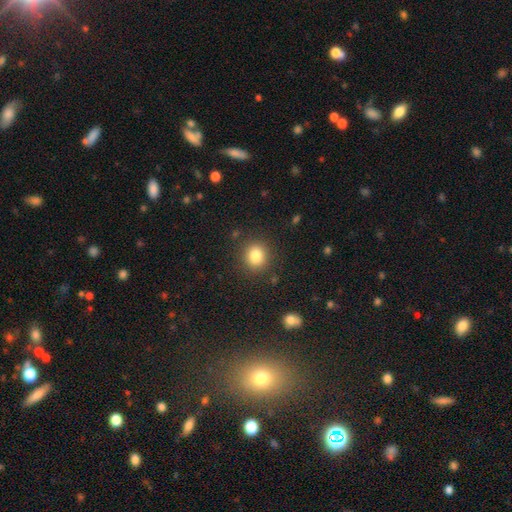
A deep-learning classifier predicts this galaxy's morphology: Overall: smooth (82%). How rounded: round (83%). Merging: none (87%).